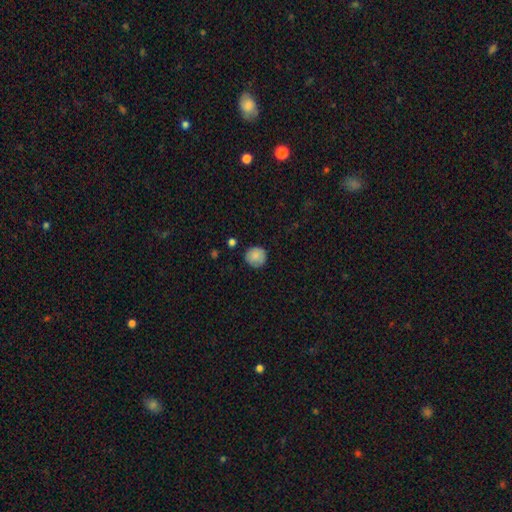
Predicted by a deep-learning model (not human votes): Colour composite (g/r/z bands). It shows a smooth galaxy with no disk features (86%) that is round (92%). Merging: none (83%).